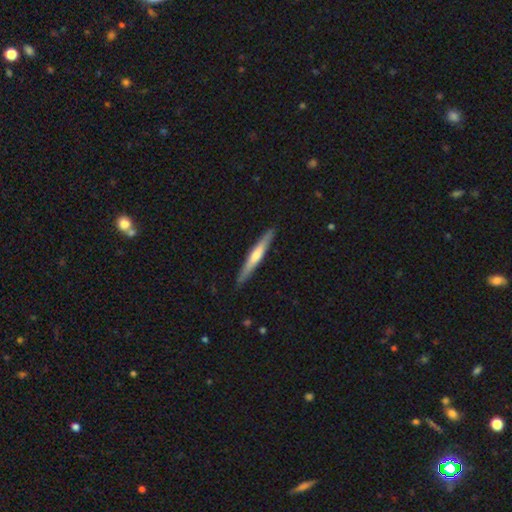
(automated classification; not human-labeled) featured or disk 51%, smooth 44%, star or artifact 5%. Down the decision tree: edge-on disk — yes (96%); merging — none (89%).